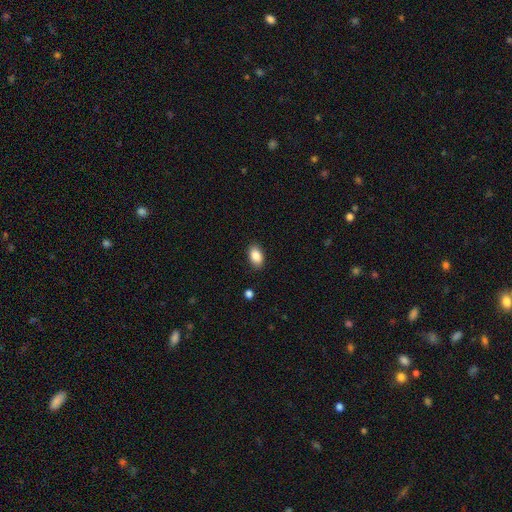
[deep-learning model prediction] Q: Smooth or featured?
A: smooth (88%); runner-up: star or artifact (8%)
Q: How rounded?
A: in between (90%); runner-up: round (8%)
Q: Merging?
A: none (88%); runner-up: minor disturbance (9%)